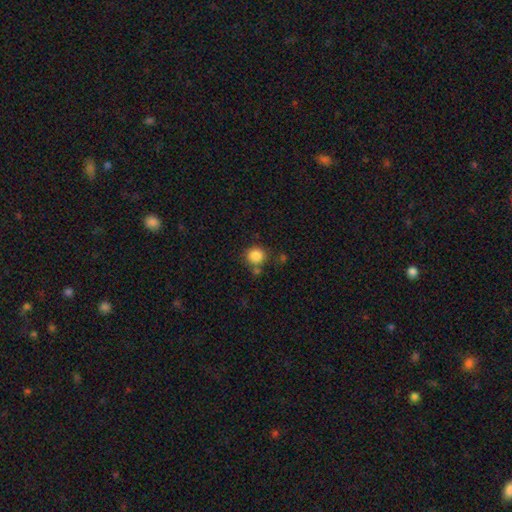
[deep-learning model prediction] This appears to be a smooth galaxy with no disk features (86%) that is round (90%). Merging: none (74%).